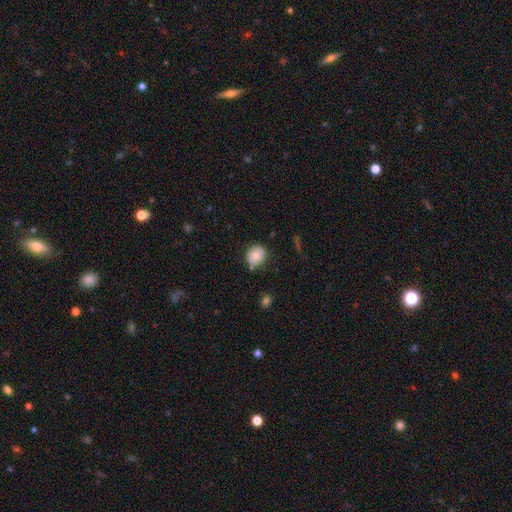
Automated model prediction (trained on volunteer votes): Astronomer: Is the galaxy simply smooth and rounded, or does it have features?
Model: smooth — 80%.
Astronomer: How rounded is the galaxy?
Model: round — 71%.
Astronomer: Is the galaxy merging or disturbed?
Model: none — 76%.